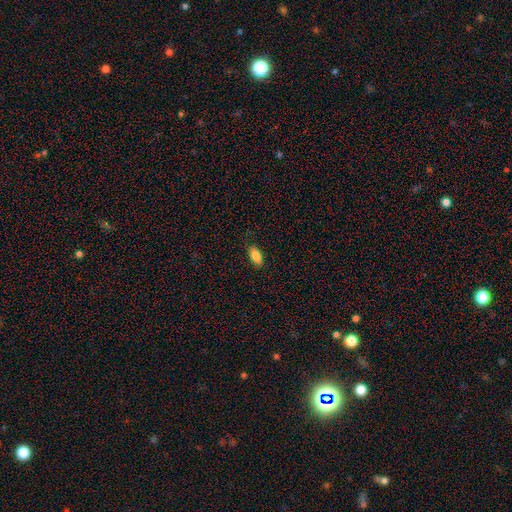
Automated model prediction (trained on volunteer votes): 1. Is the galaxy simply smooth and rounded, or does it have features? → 84% smooth, 9% featured or disk, 7% star or artifact.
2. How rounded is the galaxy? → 87% in between, 10% cigar-shaped, 3% round.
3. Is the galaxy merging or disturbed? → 86% none, 11% minor disturbance, 2% major disturbance, 1% merger.